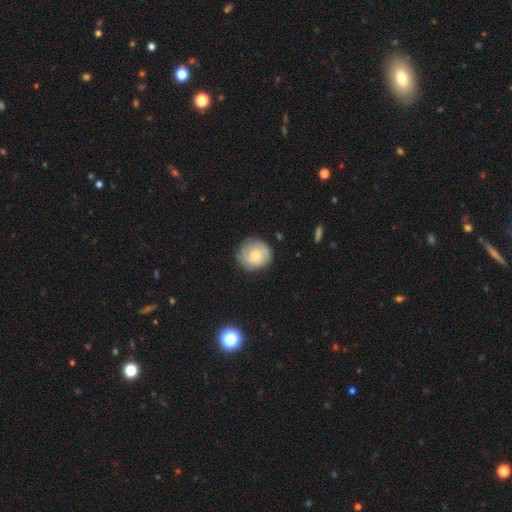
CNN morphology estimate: This appears to be a smooth galaxy with no disk features (58%) that is round (90%). Merging: none (77%).